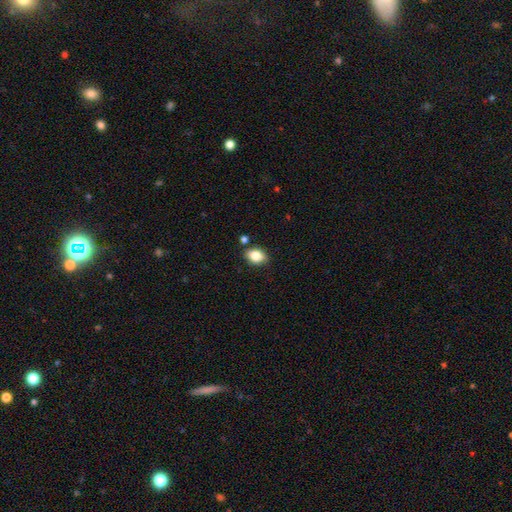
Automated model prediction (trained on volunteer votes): smooth_or_featured: smooth (p=0.81) [alt: featured or disk p=0.10]
how_rounded: in between (p=0.76) [alt: round p=0.22]
merging: none (p=0.80) [alt: minor disturbance p=0.13]